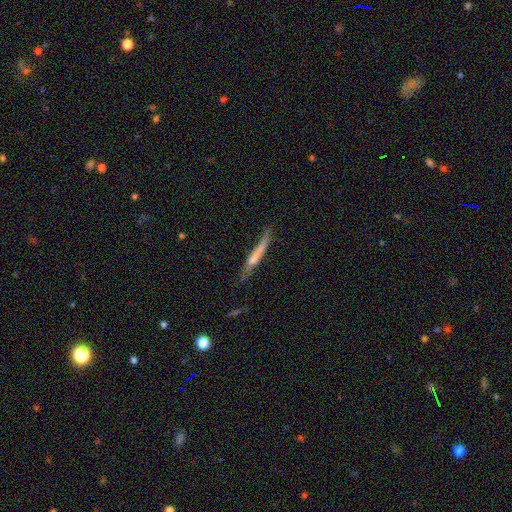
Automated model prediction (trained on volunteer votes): Morphology: type=featured or disk (47%); merging=none (57%).